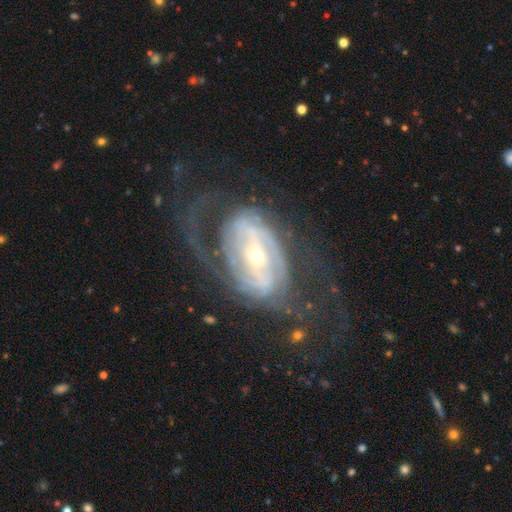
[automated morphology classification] type=featured or disk (87%); edge-on=no (95%); bar=no (36%); spiral arms=yes (91%); winding=tight (45%); arm count=2 (53%); bulge=small (65%); merging=none (54%).